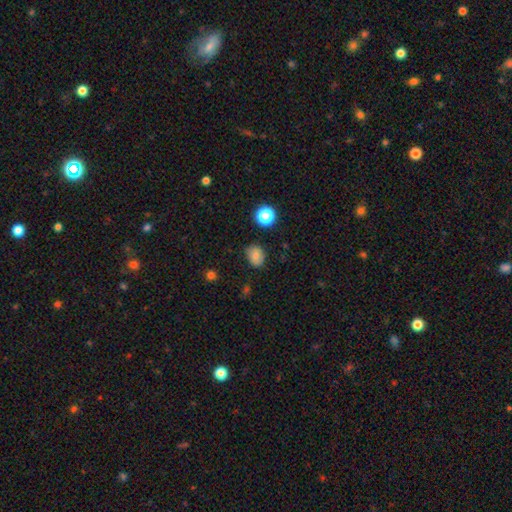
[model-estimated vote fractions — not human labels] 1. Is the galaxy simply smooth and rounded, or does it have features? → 75% smooth, 13% featured or disk, 12% star or artifact.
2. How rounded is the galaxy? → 53% round, 46% in between, 1% cigar-shaped.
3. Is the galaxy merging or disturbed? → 77% none, 17% minor disturbance, 4% major disturbance, 2% merger.